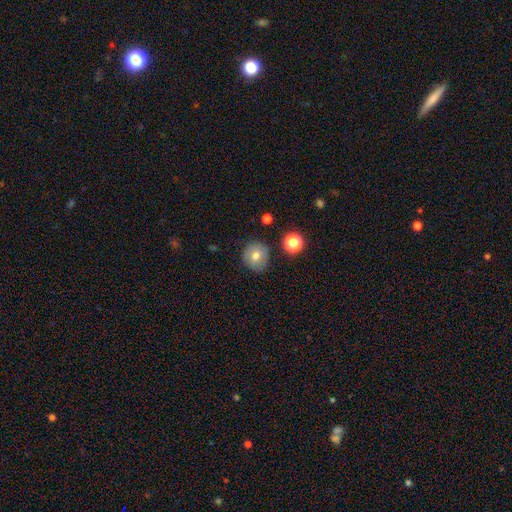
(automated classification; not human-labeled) This appears to be a smooth galaxy with no disk features (76%) that is round (90%). Merging: none (83%).